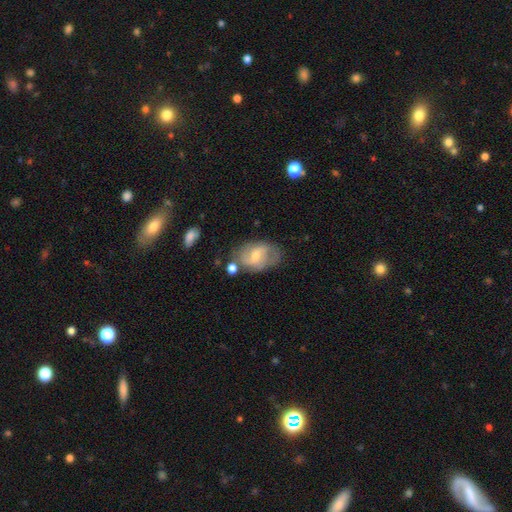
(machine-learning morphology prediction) featured or disk 60%, smooth 32%, star or artifact 8%. Down the decision tree: edge-on disk — no (95%); bar — weak (51%); spiral arms — yes (78%); bulge size — small (50%); merging — none (60%).